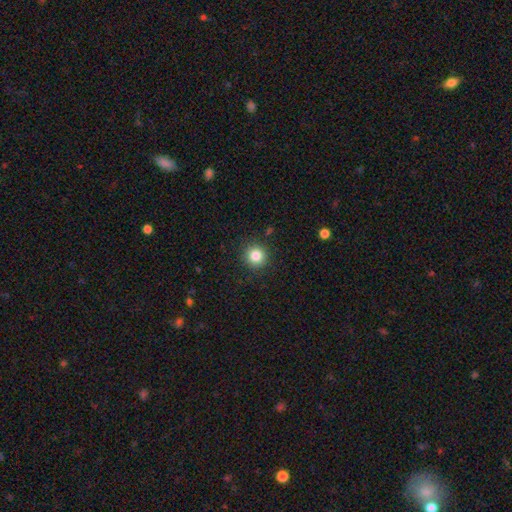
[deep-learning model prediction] This appears to be a smooth galaxy with no disk features (83%) that is round (94%). Merging: none (90%).